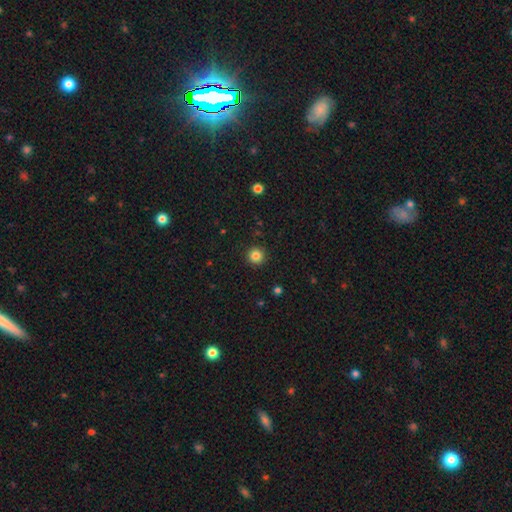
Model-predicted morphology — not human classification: smooth_or_featured: smooth (p=0.83) [alt: star or artifact p=0.12]
how_rounded: round (p=0.96) [alt: in between p=0.04]
merging: none (p=0.92) [alt: minor disturbance p=0.05]